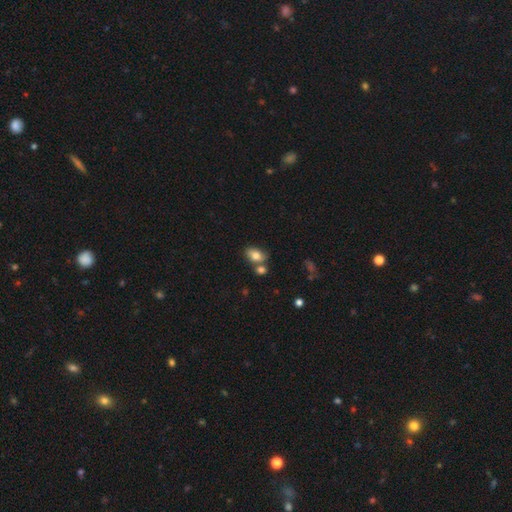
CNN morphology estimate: smooth_or_featured: smooth (p=0.81) [alt: featured or disk p=0.11]
how_rounded: in between (p=0.85) [alt: round p=0.14]
merging: none (p=0.53) [alt: merger p=0.27]